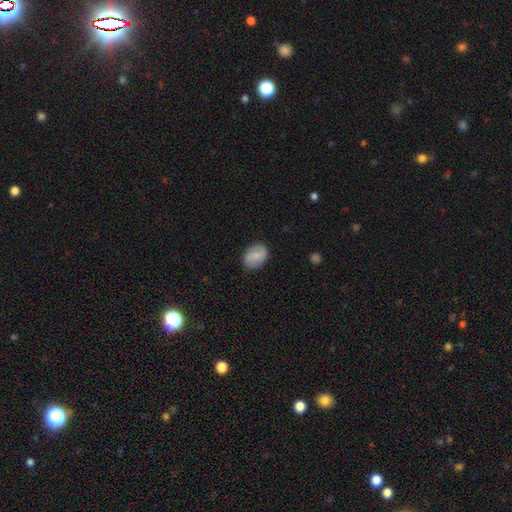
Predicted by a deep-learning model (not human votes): smooth_or_featured: smooth (p=0.69) [alt: featured or disk p=0.24]
how_rounded: in between (p=0.65) [alt: round p=0.34]
merging: none (p=0.83) [alt: minor disturbance p=0.13]